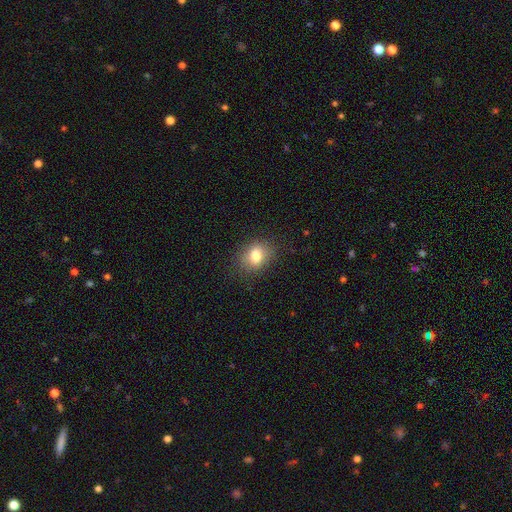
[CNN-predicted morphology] smooth_or_featured: smooth (p=0.79) [alt: star or artifact p=0.11]
how_rounded: in between (p=0.59) [alt: round p=0.40]
merging: none (p=0.82) [alt: minor disturbance p=0.13]